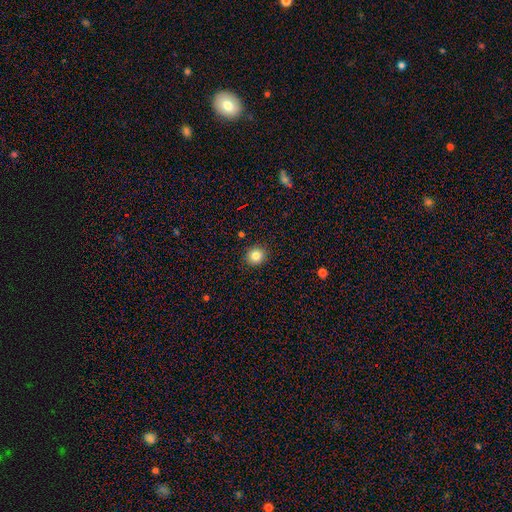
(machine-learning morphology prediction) smooth-or-featured: smooth: 83% | star or artifact: 11% | featured or disk: 6%
  how-rounded: round: 86% | in between: 13% | cigar-shaped: 1%
  merging: none: 91% | minor disturbance: 6% | major disturbance: 2% | merger: 1%